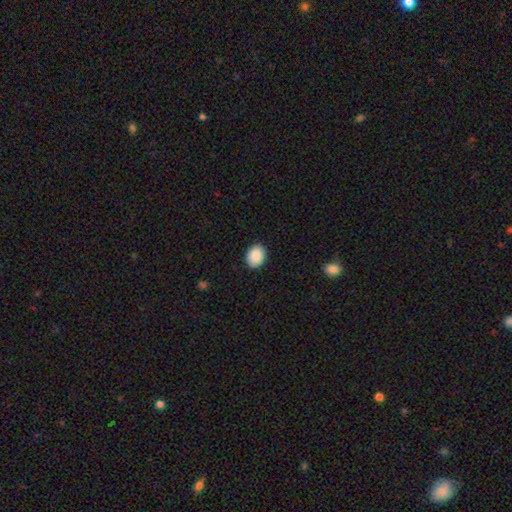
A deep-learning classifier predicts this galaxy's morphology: Smooth or featured: smooth — 90% (star or artifact — 7%)
How rounded: in between — 60% (round — 39%)
Merging: none — 89% (minor disturbance — 8%)